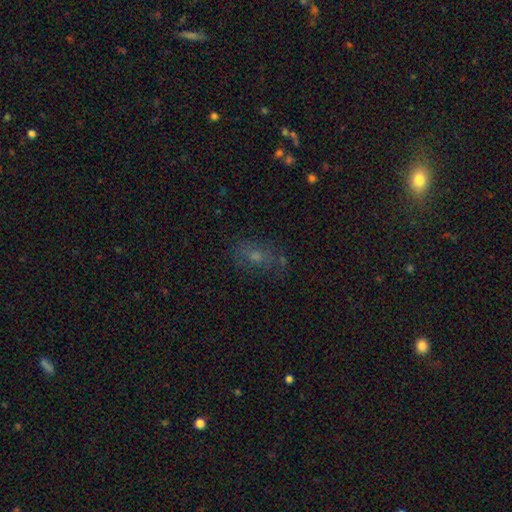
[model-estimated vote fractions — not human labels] A smooth galaxy with no disk features (43%). Merging: none (65%).